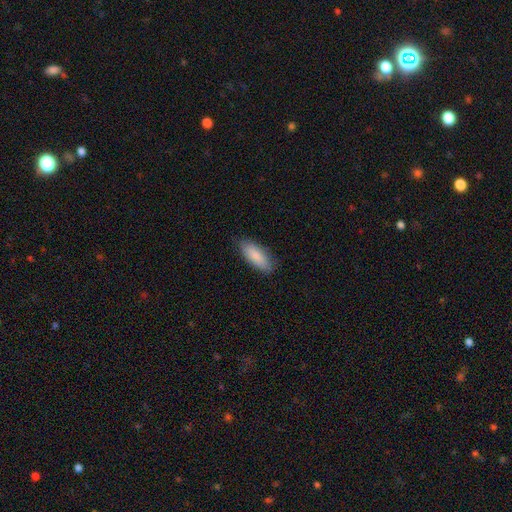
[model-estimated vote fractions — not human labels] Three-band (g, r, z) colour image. It shows a smooth galaxy with no disk features (87%) that is in between round and cigar-shaped (71%). Merging: none (82%).